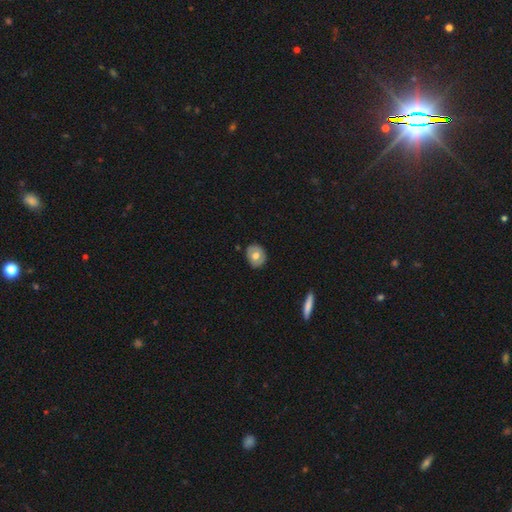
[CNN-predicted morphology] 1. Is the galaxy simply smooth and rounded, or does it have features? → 63% smooth, 30% featured or disk, 7% star or artifact.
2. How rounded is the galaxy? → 64% round, 35% in between, 1% cigar-shaped.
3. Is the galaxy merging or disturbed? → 86% none, 10% minor disturbance, 2% major disturbance, 1% merger.